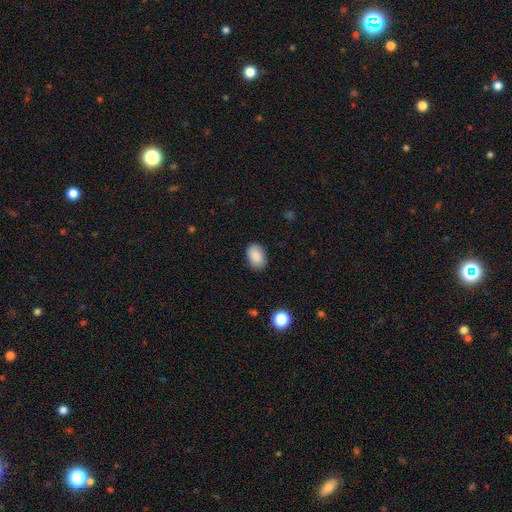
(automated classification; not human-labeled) smooth-or-featured: smooth: 89% | star or artifact: 7% | featured or disk: 4%
  how-rounded: in between: 86% | round: 13% | cigar-shaped: 1%
  merging: none: 84% | minor disturbance: 12% | major disturbance: 3% | merger: 1%